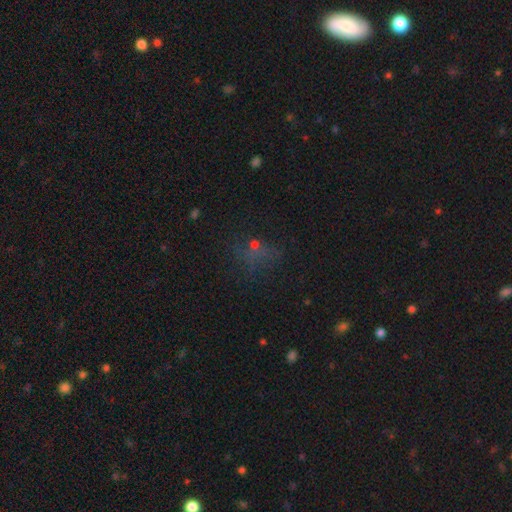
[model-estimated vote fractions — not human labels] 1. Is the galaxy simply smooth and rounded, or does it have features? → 46% star or artifact, 39% smooth, 15% featured or disk.